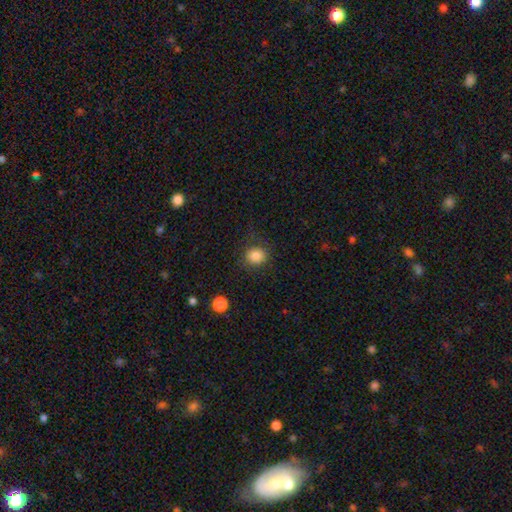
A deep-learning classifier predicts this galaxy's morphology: smooth 85%, star or artifact 11%, featured or disk 5%. Down the decision tree: how rounded — round (78%); merging — none (82%).